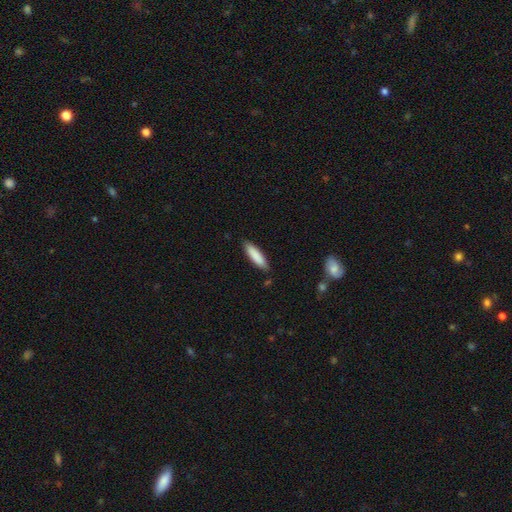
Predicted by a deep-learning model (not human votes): A smooth galaxy with no disk features (86%) that is cigar-shaped (69%). Merging: none (84%).